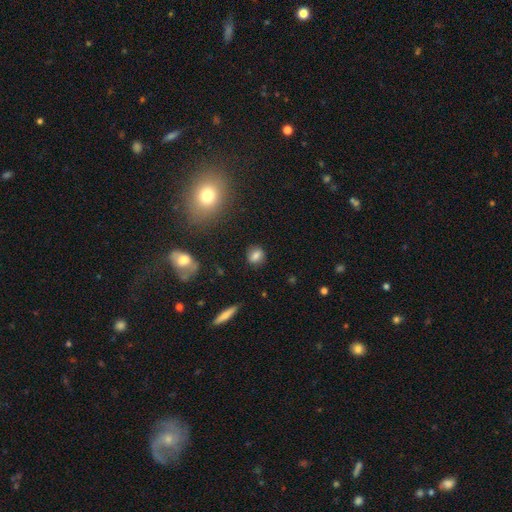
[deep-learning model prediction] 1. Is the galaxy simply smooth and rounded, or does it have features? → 77% smooth, 12% star or artifact, 12% featured or disk.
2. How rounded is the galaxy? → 64% round, 34% in between, 2% cigar-shaped.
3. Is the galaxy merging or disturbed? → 84% none, 10% minor disturbance, 3% major disturbance, 2% merger.